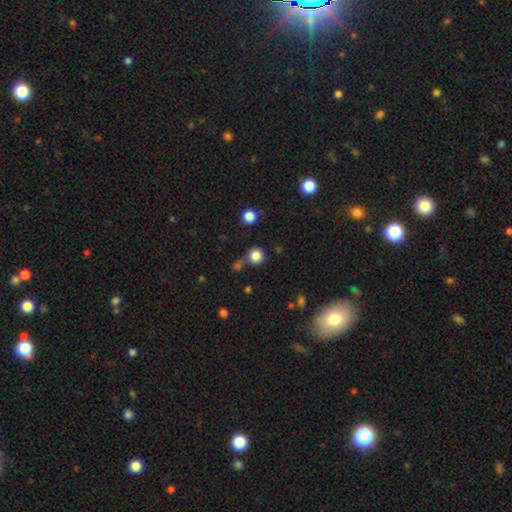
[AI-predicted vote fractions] smooth_or_featured: smooth (p=0.83) [alt: star or artifact p=0.12]
how_rounded: round (p=0.93) [alt: in between p=0.06]
merging: none (p=0.74) [alt: merger p=0.12]